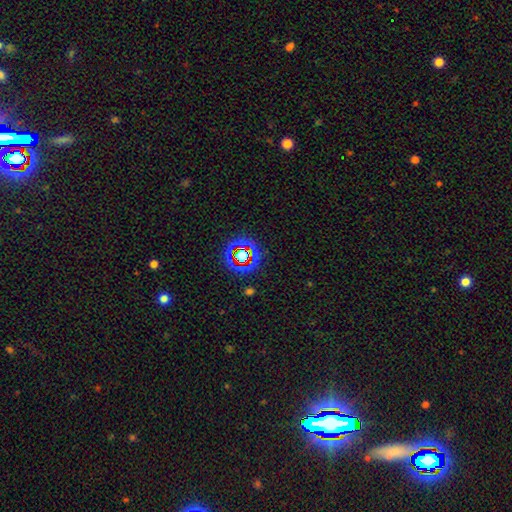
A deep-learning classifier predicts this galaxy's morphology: type=star or artifact (57%).